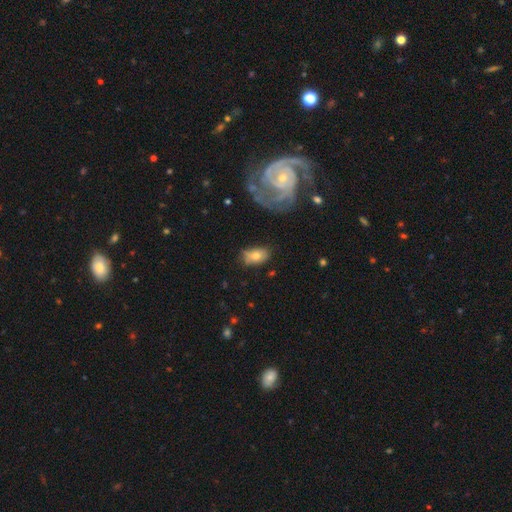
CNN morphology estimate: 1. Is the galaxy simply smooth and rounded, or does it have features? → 69% smooth, 23% featured or disk, 8% star or artifact.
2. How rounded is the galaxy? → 89% in between, 9% round, 2% cigar-shaped.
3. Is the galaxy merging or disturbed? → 61% none, 25% minor disturbance, 9% major disturbance, 4% merger.